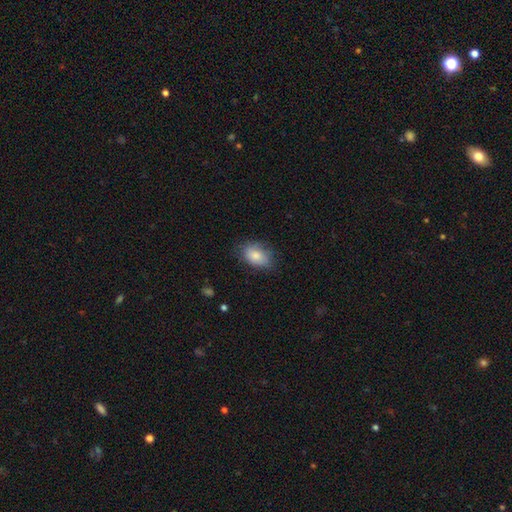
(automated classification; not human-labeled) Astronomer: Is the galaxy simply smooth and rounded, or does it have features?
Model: smooth — 82%.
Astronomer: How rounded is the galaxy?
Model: in between — 84%.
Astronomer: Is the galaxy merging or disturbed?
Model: none — 69%.